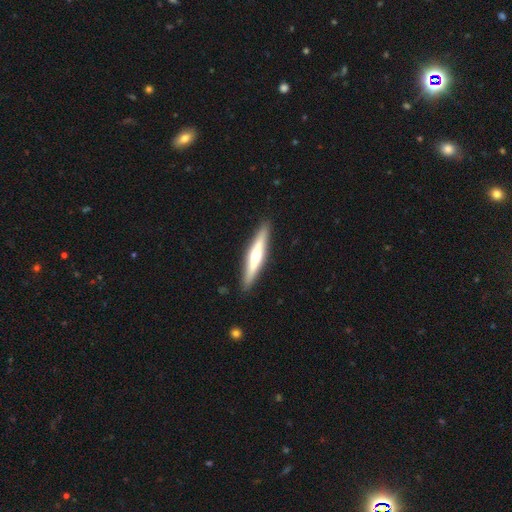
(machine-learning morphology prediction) This appears to be a featured or disk galaxy (56%) viewed edge-on (94%) with a rounded central bulge (85%). Merging: none (90%).